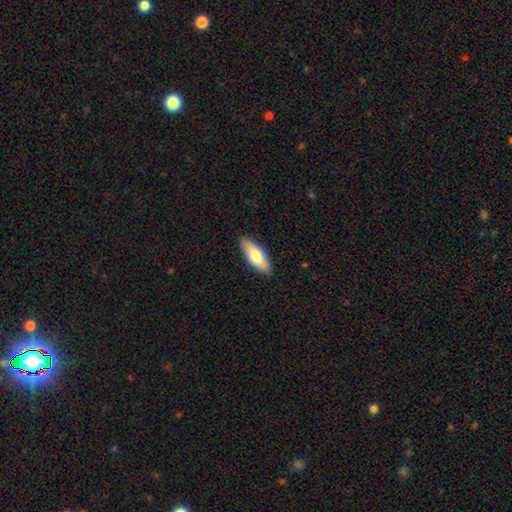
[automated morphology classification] This appears to be a smooth galaxy with no disk features (75%) that is in between round and cigar-shaped (66%). Merging: none (88%).